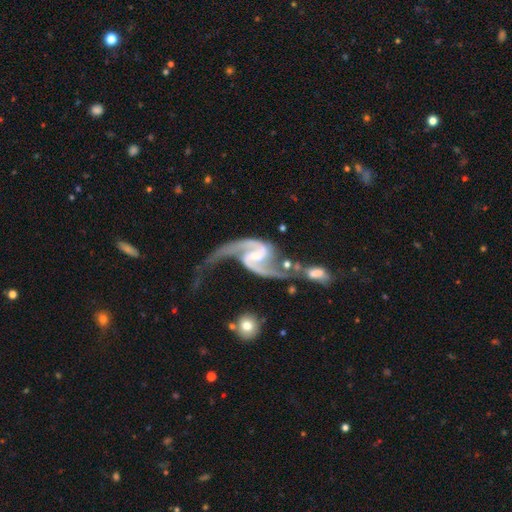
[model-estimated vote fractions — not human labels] Smooth or featured? Predicted: featured or disk (p=0.93). Edge-on disk? Predicted: no (p=0.98). Bar? Predicted: weak (p=0.51). Spiral arms? Predicted: yes (p=0.98). Spiral winding? Predicted: loose (p=0.65). Spiral arm count? Predicted: 2 (p=0.94). Bulge size? Predicted: small (p=0.40). Merging? Predicted: none (p=0.35).